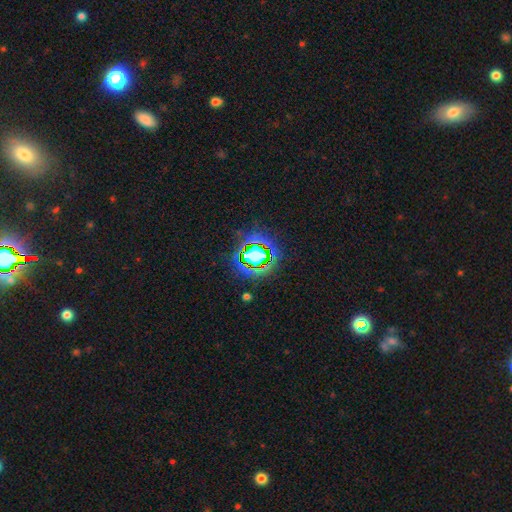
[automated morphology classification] Q: Smooth or featured?
A: star or artifact (77%); runner-up: smooth (14%)